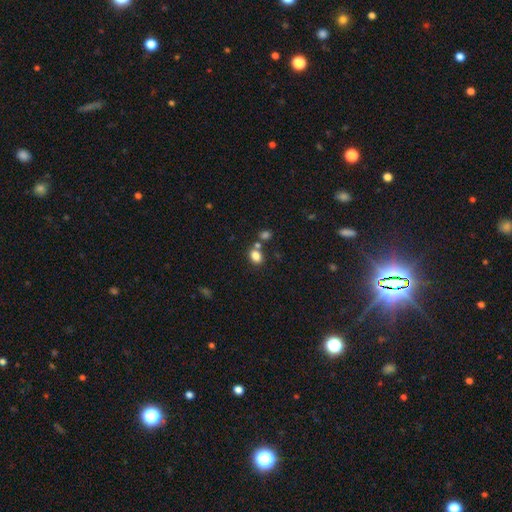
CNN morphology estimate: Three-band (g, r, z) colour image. It shows a smooth galaxy with no disk features (82%) that is in between round and cigar-shaped (62%). Merging: none (61%).